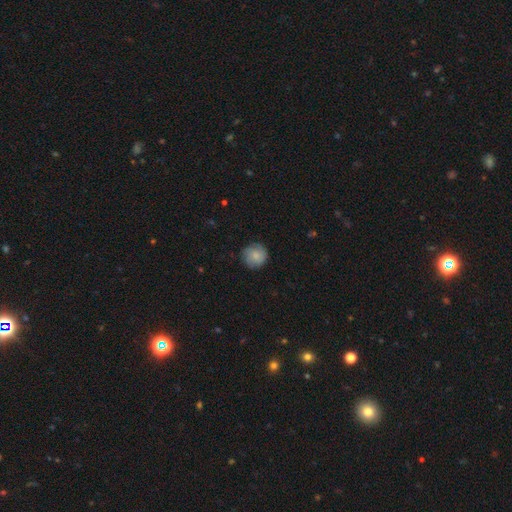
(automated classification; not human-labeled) Smooth or featured? Predicted: smooth (p=0.77). How rounded? Predicted: round (p=0.92). Merging? Predicted: none (p=0.81).